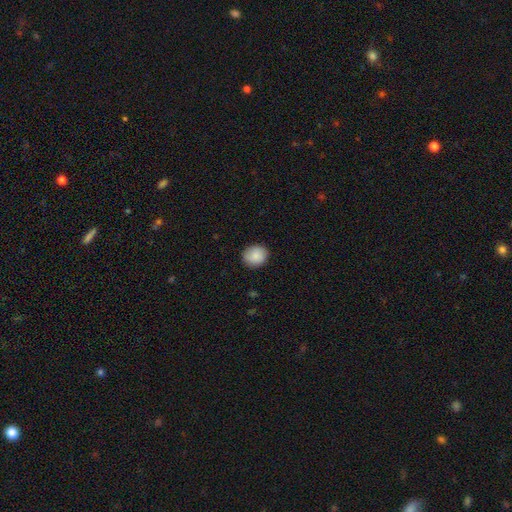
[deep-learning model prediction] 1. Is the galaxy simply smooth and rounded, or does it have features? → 88% smooth, 7% star or artifact, 4% featured or disk.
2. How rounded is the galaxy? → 78% round, 21% in between, 1% cigar-shaped.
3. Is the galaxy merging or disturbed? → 89% none, 8% minor disturbance, 2% major disturbance, 1% merger.